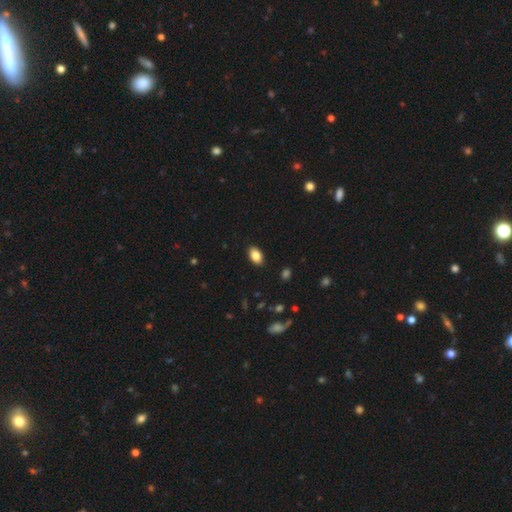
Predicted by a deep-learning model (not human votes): Overall: smooth (85%). How rounded: in between (90%). Merging: none (89%).